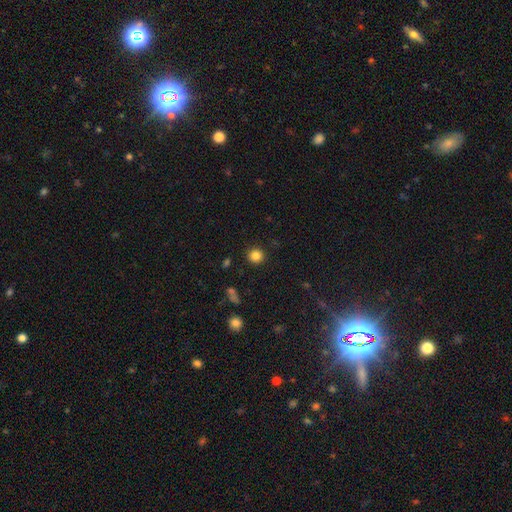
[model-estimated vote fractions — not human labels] Smooth or featured: smooth — 83% (star or artifact — 12%)
How rounded: round — 93% (in between — 6%)
Merging: none — 91% (minor disturbance — 5%)